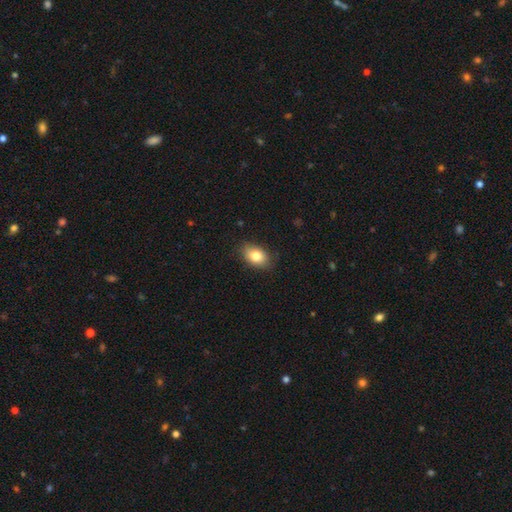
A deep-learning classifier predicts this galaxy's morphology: Smooth or featured: smooth — 81% (featured or disk — 10%)
How rounded: in between — 81% (round — 18%)
Merging: none — 83% (minor disturbance — 13%)